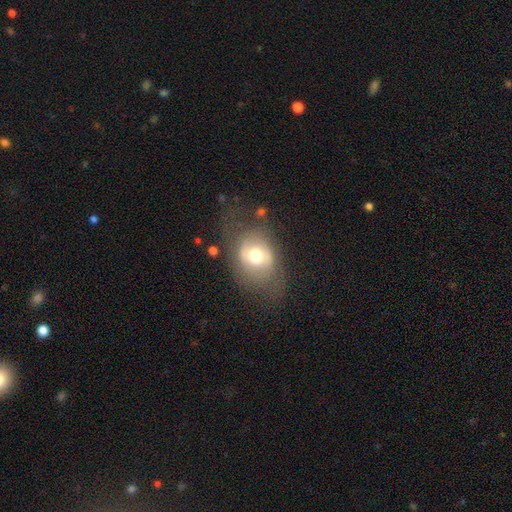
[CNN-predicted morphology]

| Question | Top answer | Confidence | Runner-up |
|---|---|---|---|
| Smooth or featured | smooth | 58% | featured or disk (33%) |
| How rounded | in between | 56% | round (43%) |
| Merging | none | 55% | minor disturbance (23%) |